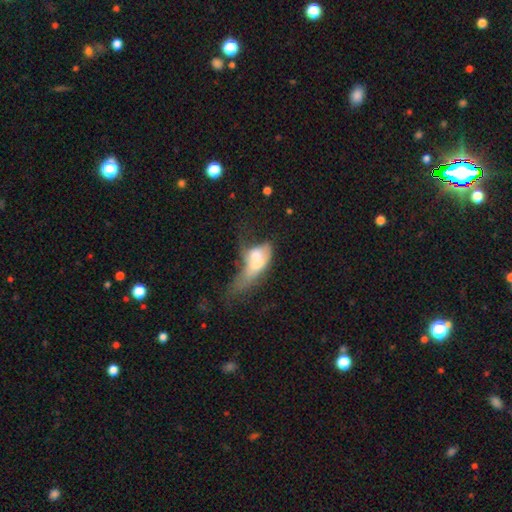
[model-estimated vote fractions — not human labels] smooth_or_featured: smooth (p=0.50) [alt: featured or disk p=0.40]
how_rounded: in between (p=0.77) [alt: cigar-shaped p=0.13]
merging: merger (p=0.51) [alt: major disturbance p=0.31]